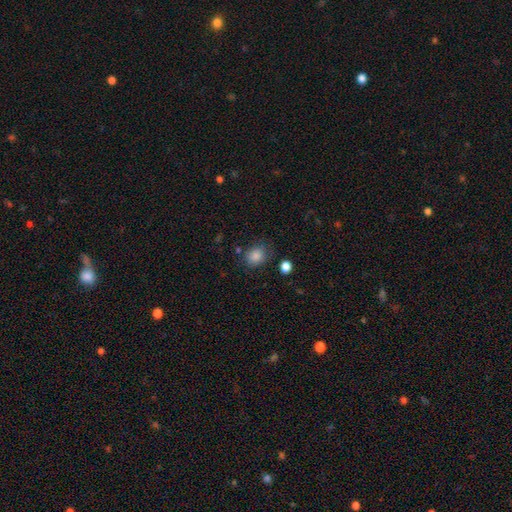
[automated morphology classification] Smooth or featured? Predicted: smooth (p=0.86). How rounded? Predicted: round (p=0.62). Merging? Predicted: none (p=0.76).